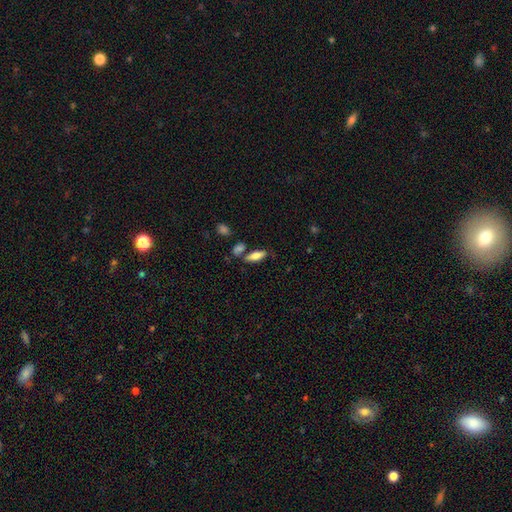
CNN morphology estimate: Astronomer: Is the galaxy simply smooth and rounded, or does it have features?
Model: smooth — 76%.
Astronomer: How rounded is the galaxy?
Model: in between — 68%.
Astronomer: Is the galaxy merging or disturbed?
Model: none — 70%.